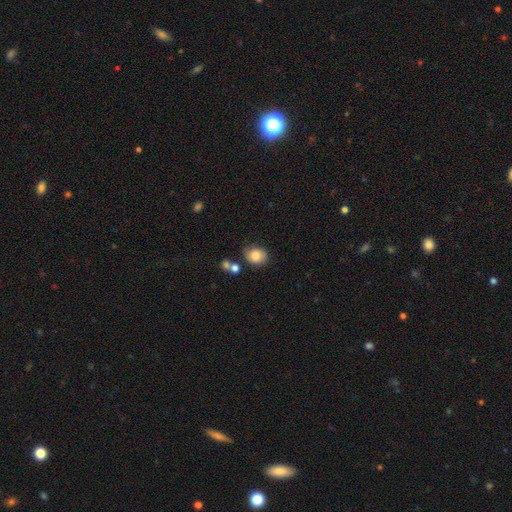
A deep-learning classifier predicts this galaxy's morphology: Smooth or featured? smooth (83%)
How rounded? round (54%)
Merging? none (69%)